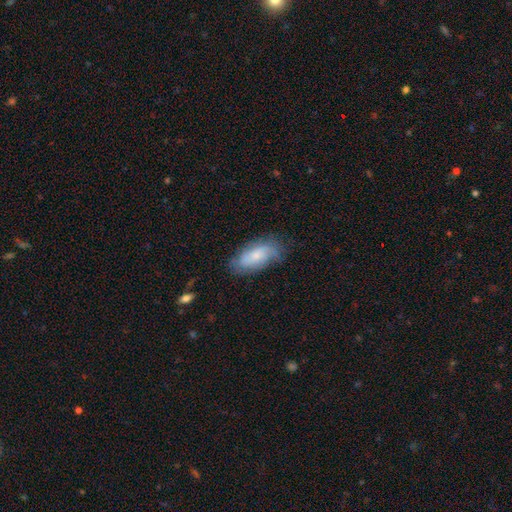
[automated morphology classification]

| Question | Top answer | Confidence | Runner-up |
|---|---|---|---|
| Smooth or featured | smooth | 55% | featured or disk (38%) |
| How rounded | in between | 87% | cigar-shaped (10%) |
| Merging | none | 70% | minor disturbance (22%) |